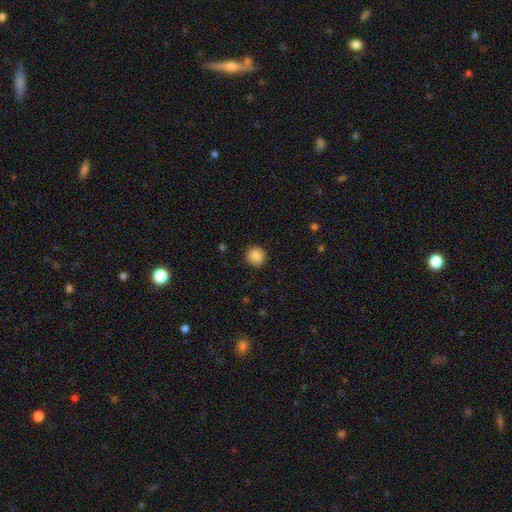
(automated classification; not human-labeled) The model was most divided on "smooth or featured": smooth: 88%, star or artifact: 9%, featured or disk: 3%. More confident: how rounded — round (92%); merging — none (90%).